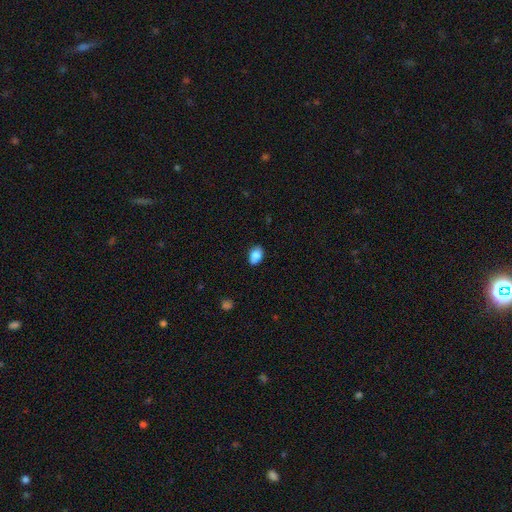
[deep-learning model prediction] Overall: smooth (87%). How rounded: in between (83%). Merging: none (81%).